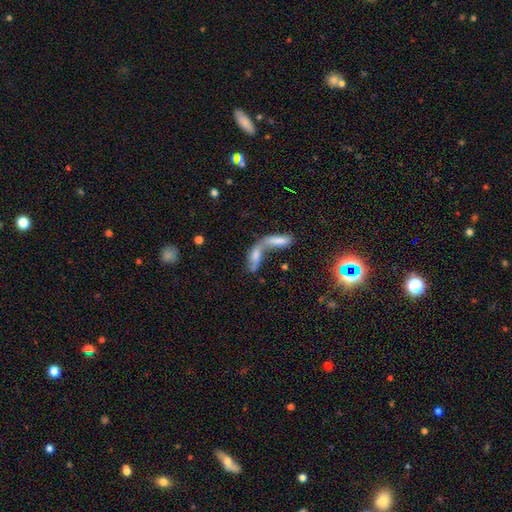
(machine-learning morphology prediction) This is likely a smooth galaxy (62%). How rounded: possibly in between (59%). Merging: likely merger (76%).